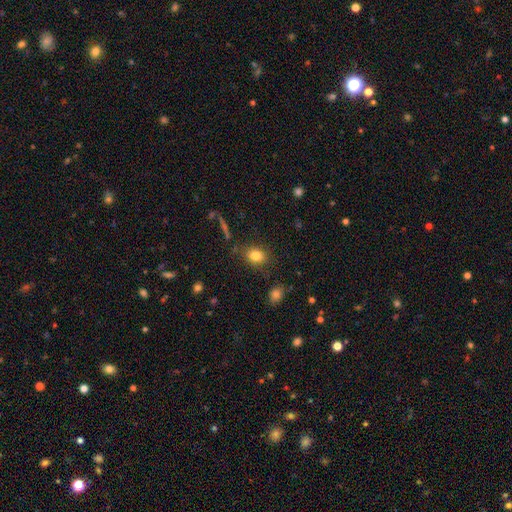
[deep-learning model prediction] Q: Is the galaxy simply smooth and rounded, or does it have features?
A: smooth — 82%.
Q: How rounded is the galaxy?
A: in between — 59%.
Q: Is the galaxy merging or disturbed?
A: none — 81%.